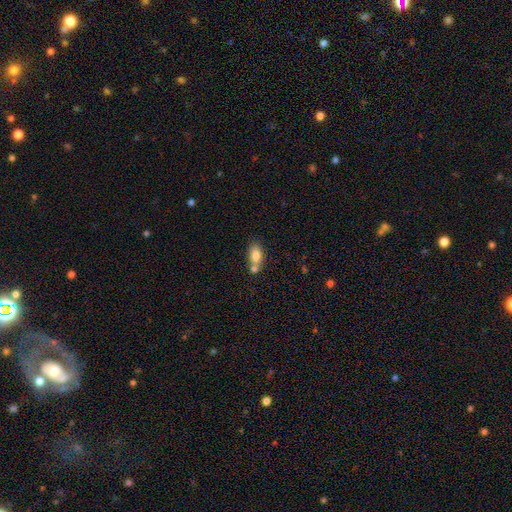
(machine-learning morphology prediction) This is likely a smooth galaxy (79%). How rounded: clearly in between (85%). Merging: possibly none (51%).